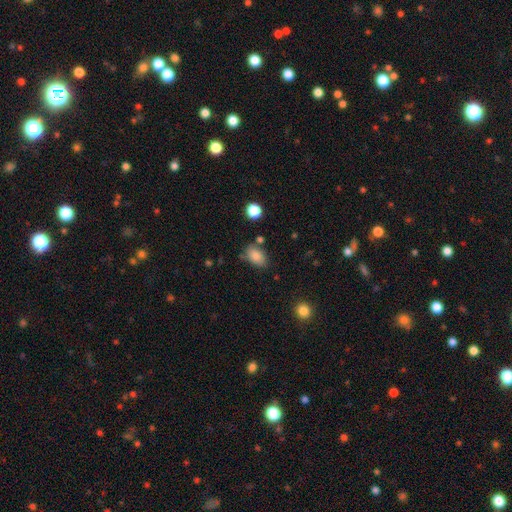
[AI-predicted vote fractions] Q: Smooth or featured?
A: smooth (84%); runner-up: star or artifact (9%)
Q: How rounded?
A: in between (84%); runner-up: round (14%)
Q: Merging?
A: none (69%); runner-up: minor disturbance (19%)